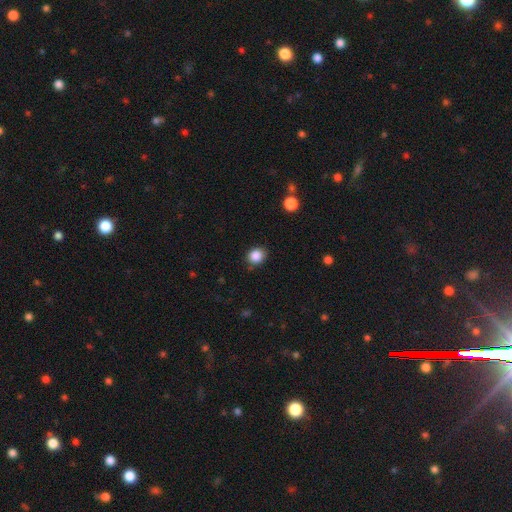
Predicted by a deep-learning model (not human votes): Smooth or featured?
  - smooth: 87% *
  - star or artifact: 10%
  - featured or disk: 3%
How rounded?
  - round: 71% *
  - in between: 28%
  - cigar-shaped: 1%
Merging?
  - none: 85% *
  - minor disturbance: 11%
  - major disturbance: 3%
  - merger: 2%